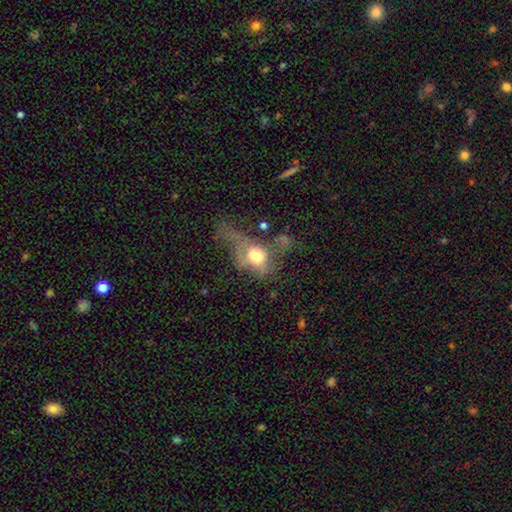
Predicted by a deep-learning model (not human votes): smooth_or_featured: smooth (p=0.54) [alt: featured or disk p=0.35]
how_rounded: in between (p=0.55) [alt: round p=0.42]
merging: major disturbance (p=0.60) [alt: minor disturbance p=0.16]